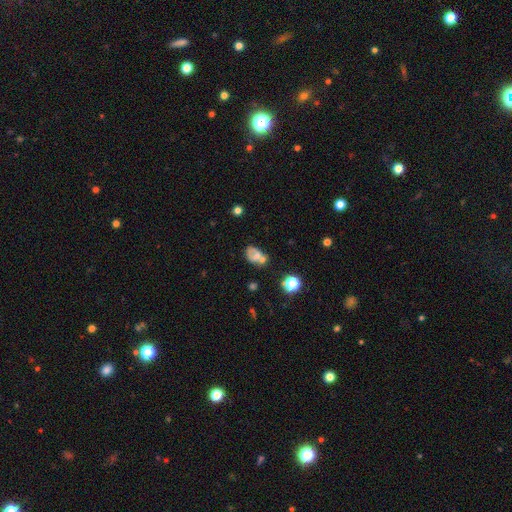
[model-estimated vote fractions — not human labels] This appears to be a smooth galaxy with no disk features (50%). Merging: none (36%).